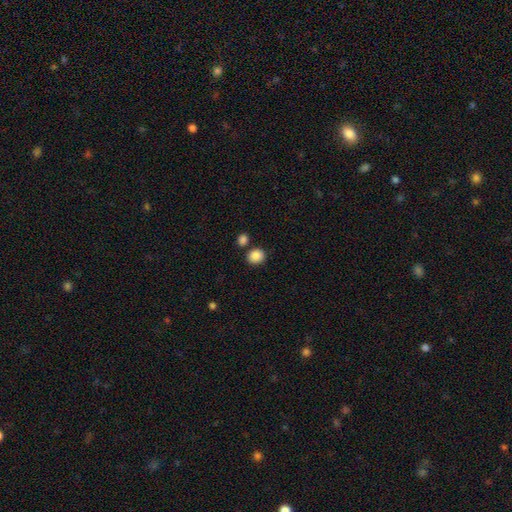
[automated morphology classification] smooth-or-featured: smooth: 88% | star or artifact: 9% | featured or disk: 4%
  how-rounded: round: 71% | in between: 28% | cigar-shaped: 1%
  merging: none: 78% | merger: 11% | minor disturbance: 9% | major disturbance: 3%